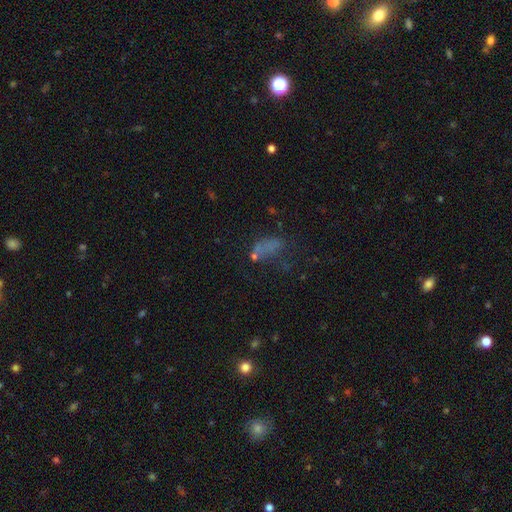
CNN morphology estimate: The model was most divided on "merging": none: 37%, major disturbance: 29%, minor disturbance: 18%, merger: 15%. Remaining: smooth or featured — smooth (47%).